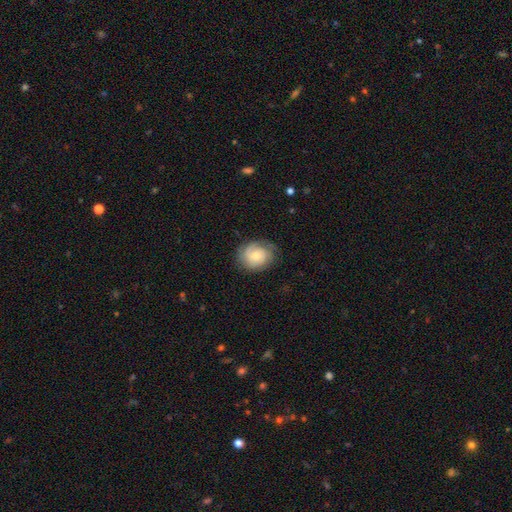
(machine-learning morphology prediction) This appears to be a featured or disk galaxy (48%). Merging: none (70%).